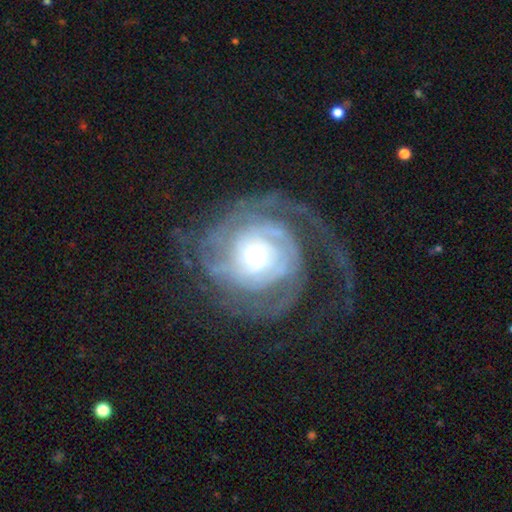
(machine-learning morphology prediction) A featured or disk galaxy (87%) with no bar (70%), tight (60%) spiral arms (95%) and a small central bulge (46%).

Vote fractions:
- Smooth or featured? featured or disk: 87% / smooth: 8% / star or artifact: 5%
- Edge-on disk? no: 97% / yes: 3%
- Bar? no: 70% / weak: 23% / strong: 7%
- Spiral arms? yes: 95% / no: 5%
- Spiral winding? tight: 60% / medium: 27% / loose: 13%
- Spiral arm count? can't tell: 30% / 2: 29% / 3: 14% / 1: 11% / 4: 9% / more than 4: 7%
- Bulge size? small: 46% / moderate: 43% / large: 8% / dominant: 2% / none: 1%
- Merging? none: 51% / major disturbance: 33% / minor disturbance: 14% / merger: 2%